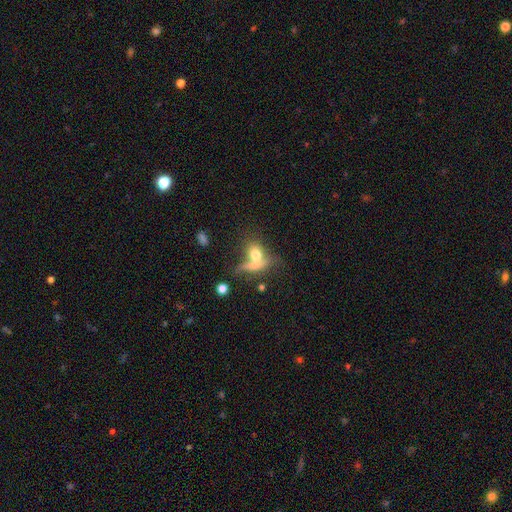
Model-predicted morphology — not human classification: Smooth or featured? smooth (68%)
How rounded? in between (52%)
Merging? merger (49%)